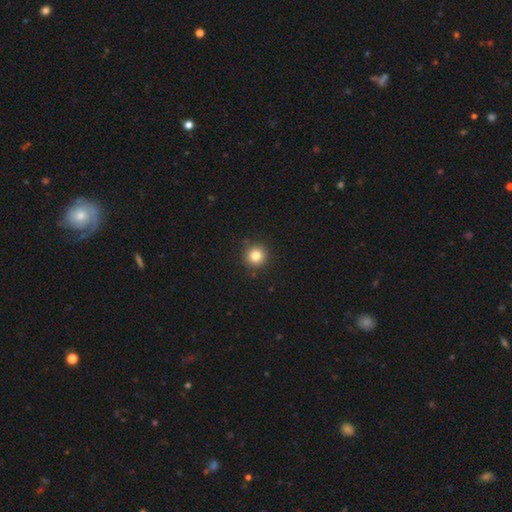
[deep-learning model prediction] smooth 82%, star or artifact 12%, featured or disk 6%. Down the decision tree: how rounded — round (94%); merging — none (90%).